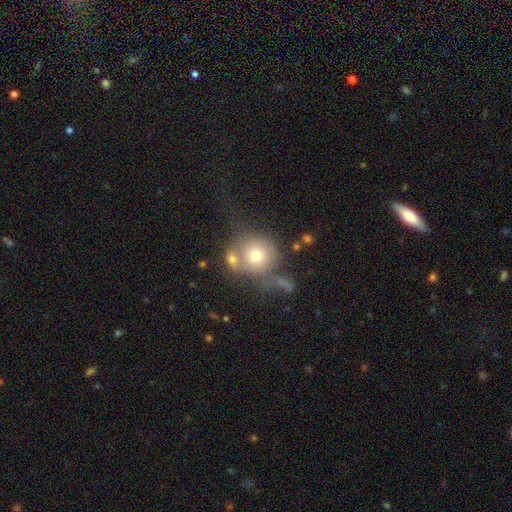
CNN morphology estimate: smooth-or-featured: smooth: 63% | featured or disk: 27% | star or artifact: 10%
  how-rounded: round: 87% | in between: 12% | cigar-shaped: 1%
  merging: merger: 36% | none: 34% | minor disturbance: 15% | major disturbance: 15%